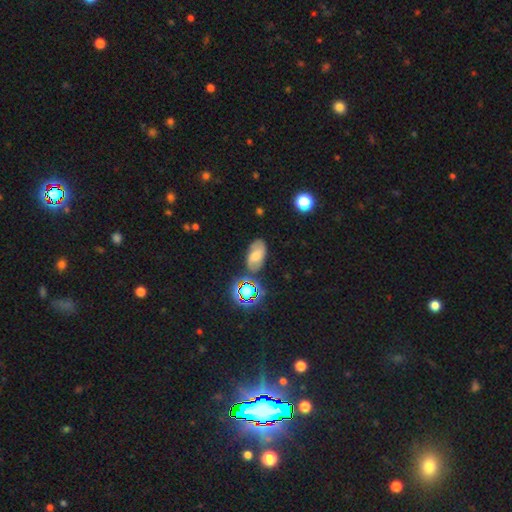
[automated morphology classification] Smooth or featured? smooth (48%)
Merging? none (67%)